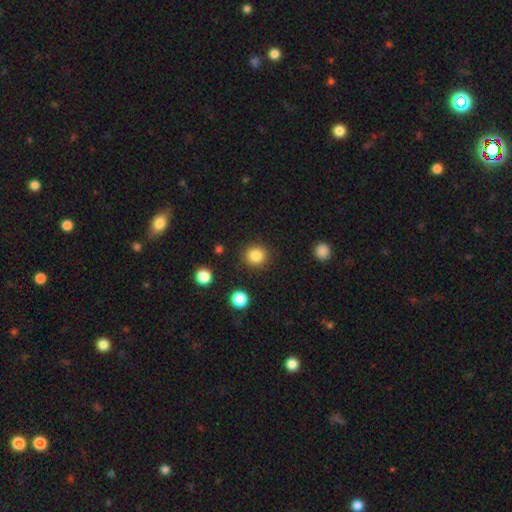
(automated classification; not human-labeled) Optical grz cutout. It shows a smooth galaxy with no disk features (85%) that is round (90%). Merging: none (89%).